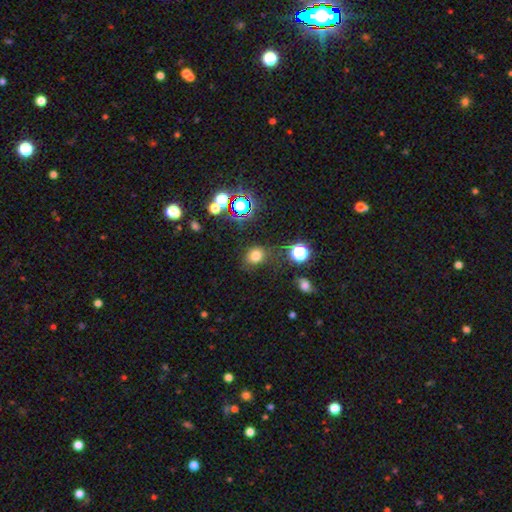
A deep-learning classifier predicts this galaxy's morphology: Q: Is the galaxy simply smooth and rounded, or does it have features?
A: smooth — 74%.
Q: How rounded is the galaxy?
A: round — 63%.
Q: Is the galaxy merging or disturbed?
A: none — 73%.